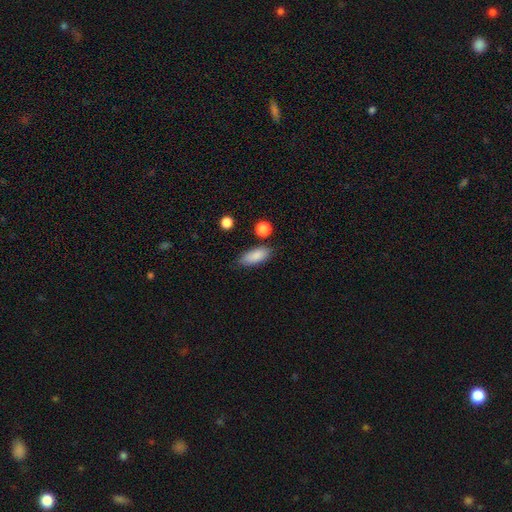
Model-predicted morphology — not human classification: type=smooth (86%); roundness=in between (78%); merging=none (79%).